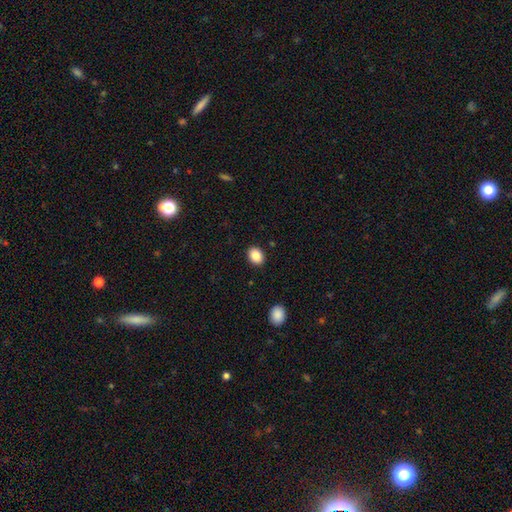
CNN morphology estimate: smooth-or-featured: smooth: 87% | star or artifact: 9% | featured or disk: 4%
  how-rounded: in between: 63% | round: 36% | cigar-shaped: 1%
  merging: none: 90% | minor disturbance: 7% | major disturbance: 2% | merger: 1%